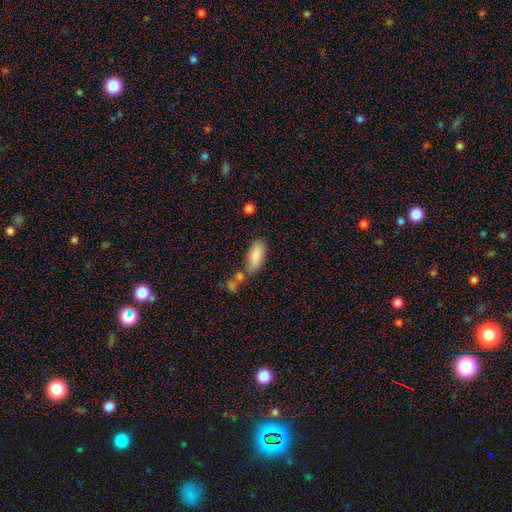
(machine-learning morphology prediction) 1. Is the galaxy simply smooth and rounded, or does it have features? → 85% smooth, 8% featured or disk, 7% star or artifact.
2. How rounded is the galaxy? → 87% in between, 11% cigar-shaped, 2% round.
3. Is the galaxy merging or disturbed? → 48% none, 24% merger, 20% minor disturbance, 8% major disturbance.